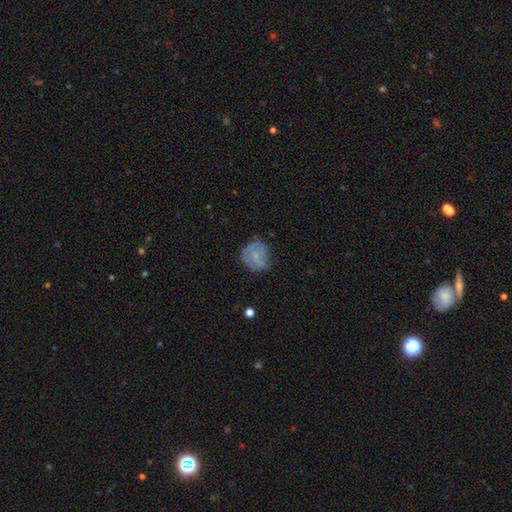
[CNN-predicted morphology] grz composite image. It shows a smooth galaxy with no disk features (47%). Merging: none (64%).